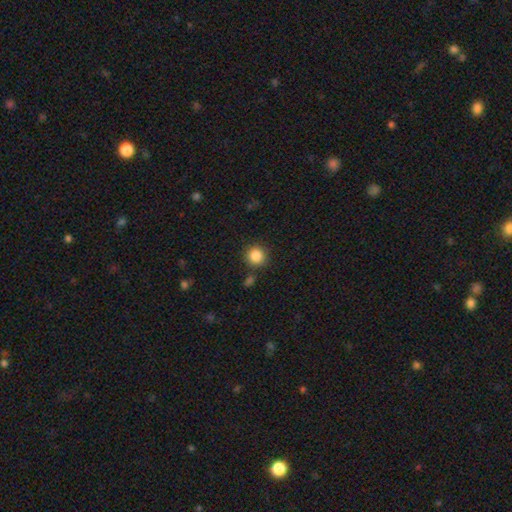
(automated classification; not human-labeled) This appears to be a smooth galaxy with no disk features (86%) that is round (93%). Merging: none (85%).